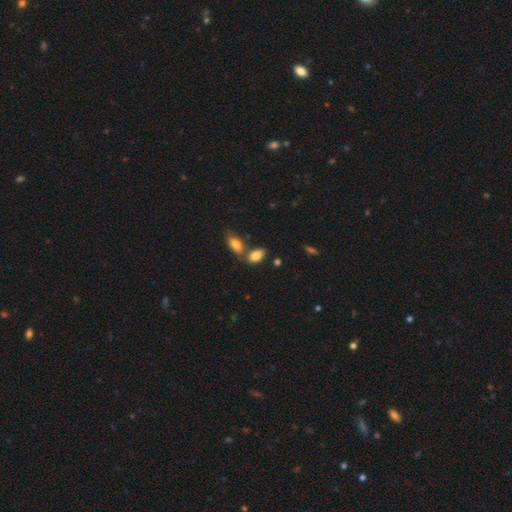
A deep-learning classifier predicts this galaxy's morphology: This appears to be a smooth galaxy with no disk features (83%) that is in between round and cigar-shaped (91%). Merging: none (53%).